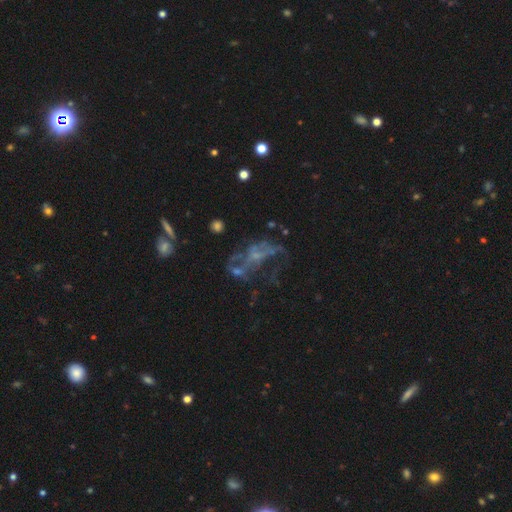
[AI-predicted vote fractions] Q: Smooth or featured?
A: featured or disk (59%); runner-up: star or artifact (24%)
Q: Edge-on disk?
A: no (94%); runner-up: yes (6%)
Q: Bar?
A: no (77%); runner-up: weak (17%)
Q: Spiral arms?
A: no (69%); runner-up: yes (31%)
Q: Bulge size?
A: none (53%); runner-up: small (32%)
Q: Merging?
A: major disturbance (39%); runner-up: none (32%)